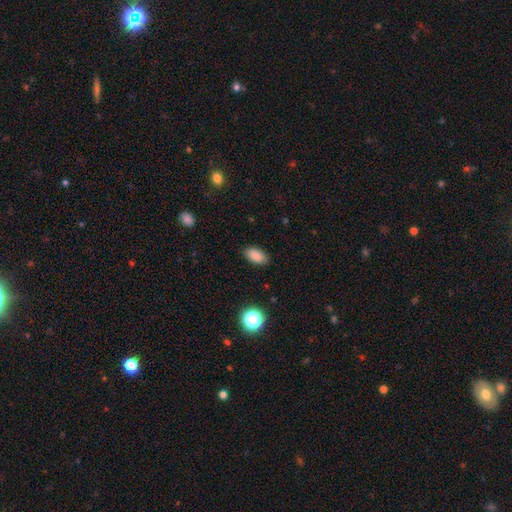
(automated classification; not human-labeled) A smooth galaxy with no disk features (86%) that is in between round and cigar-shaped (91%).

Vote fractions:
- Smooth or featured? smooth: 86% / star or artifact: 9% / featured or disk: 5%
- How rounded? in between: 91% / round: 5% / cigar-shaped: 4%
- Merging? none: 87% / minor disturbance: 10% / major disturbance: 3% / merger: 1%